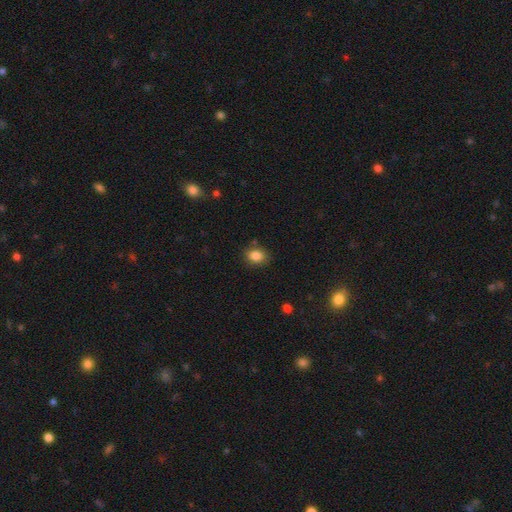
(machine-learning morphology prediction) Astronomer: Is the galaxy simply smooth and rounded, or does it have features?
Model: smooth — 85%.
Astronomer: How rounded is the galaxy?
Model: in between — 55% (runner-up: round, 44%).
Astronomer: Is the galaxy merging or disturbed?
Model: none — 80%.